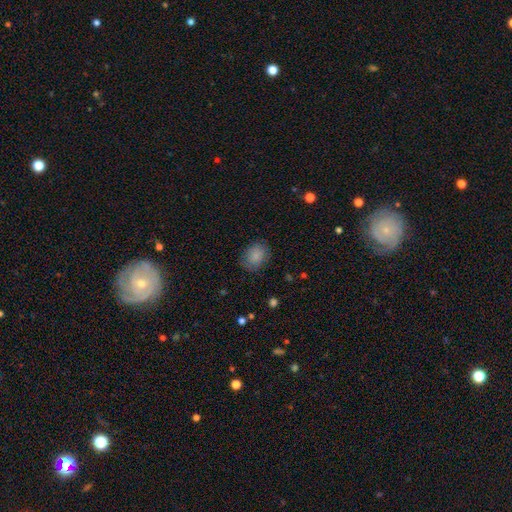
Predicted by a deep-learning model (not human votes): Q: Smooth or featured?
A: smooth (85%); runner-up: star or artifact (8%)
Q: How rounded?
A: in between (51%); runner-up: round (48%)
Q: Merging?
A: none (80%); runner-up: minor disturbance (15%)